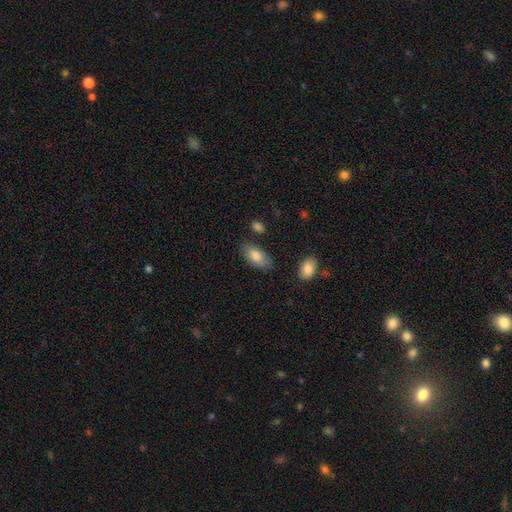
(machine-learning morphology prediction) A smooth galaxy with no disk features (82%) that is in between round and cigar-shaped (93%).

Vote fractions:
- Smooth or featured? smooth: 82% / featured or disk: 12% / star or artifact: 6%
- How rounded? in between: 93% / cigar-shaped: 4% / round: 3%
- Merging? none: 78% / minor disturbance: 16% / major disturbance: 3% / merger: 3%